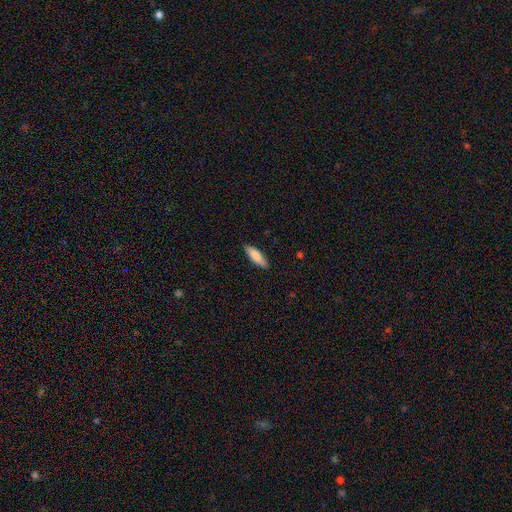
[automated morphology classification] smooth-or-featured: smooth: 82% | featured or disk: 12% | star or artifact: 6%
  how-rounded: cigar-shaped: 50% | in between: 48% | round: 2%
  merging: none: 87% | minor disturbance: 10% | major disturbance: 2% | merger: 1%